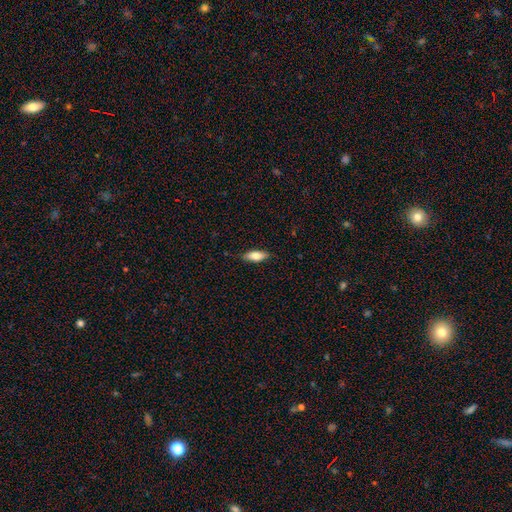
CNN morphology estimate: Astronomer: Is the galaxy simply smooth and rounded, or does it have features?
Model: smooth — 79%.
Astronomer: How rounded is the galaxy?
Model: in between — 73%.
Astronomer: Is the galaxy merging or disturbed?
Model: none — 84%.